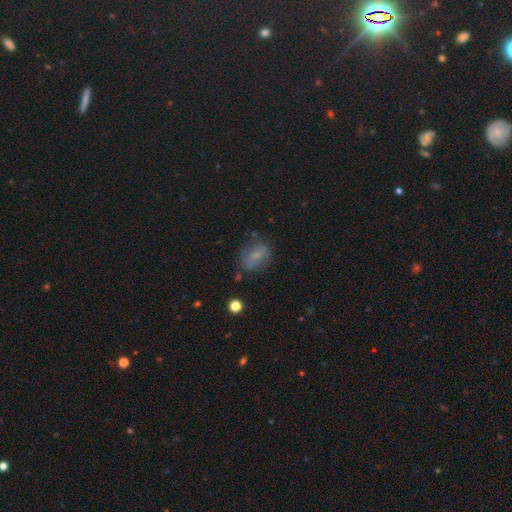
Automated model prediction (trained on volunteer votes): smooth-or-featured: smooth: 60% | featured or disk: 27% | star or artifact: 13%
  how-rounded: in between: 66% | round: 31% | cigar-shaped: 3%
  merging: none: 69% | minor disturbance: 20% | major disturbance: 8% | merger: 3%